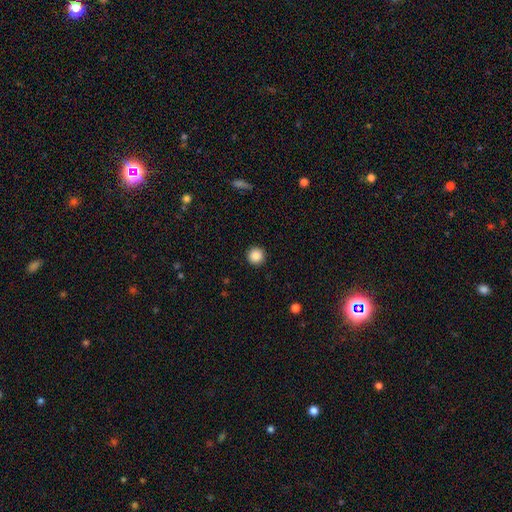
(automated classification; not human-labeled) Q: Smooth or featured?
A: smooth (88%); runner-up: star or artifact (9%)
Q: How rounded?
A: round (96%); runner-up: in between (3%)
Q: Merging?
A: none (93%); runner-up: minor disturbance (5%)